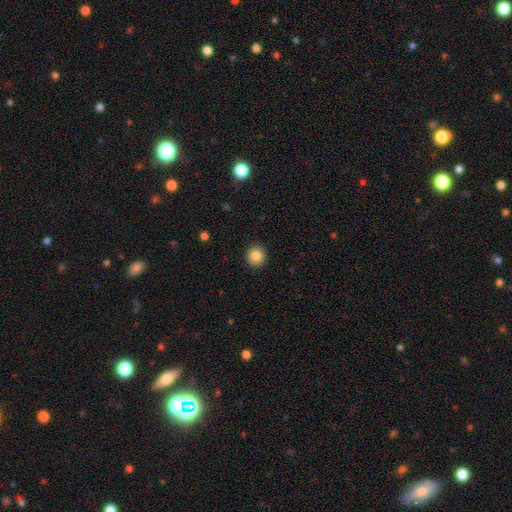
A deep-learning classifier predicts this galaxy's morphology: type=smooth (86%); roundness=round (91%); merging=none (92%).